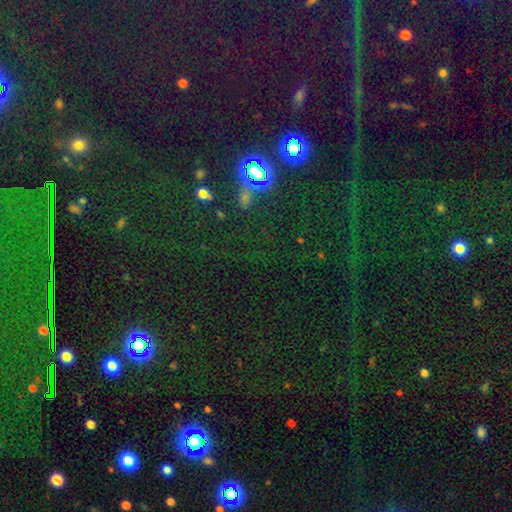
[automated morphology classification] star or artifact 80%, smooth 12%, featured or disk 8%.